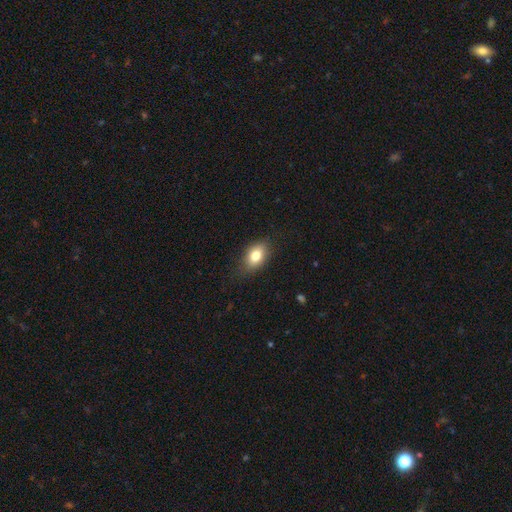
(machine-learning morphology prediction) Smooth or featured? smooth (80%)
How rounded? in between (84%)
Merging? none (81%)